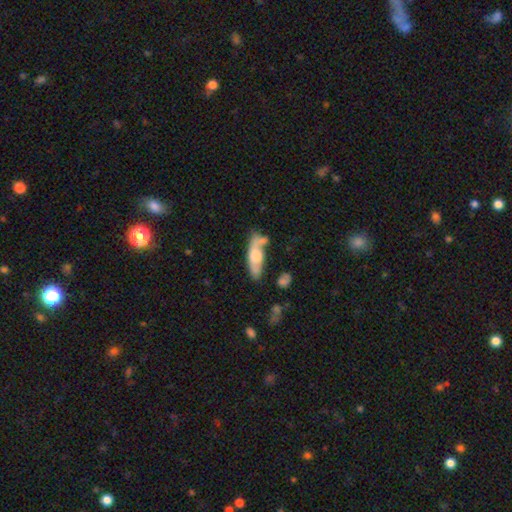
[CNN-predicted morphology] smooth 52%, featured or disk 42%, star or artifact 6%. Down the decision tree: how rounded — in between (51%); merging — none (54%).